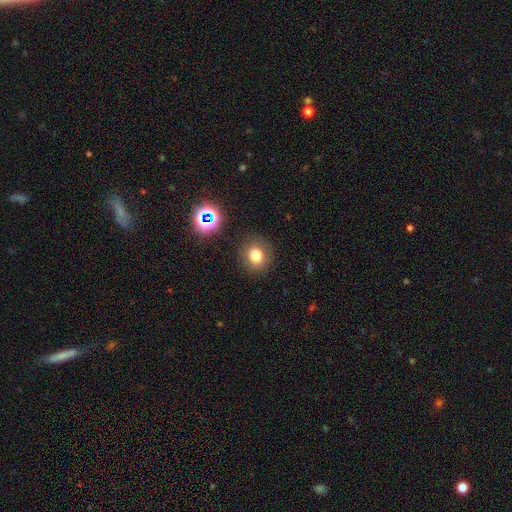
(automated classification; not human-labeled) This appears to be a smooth galaxy with no disk features (77%) that is round (76%). Merging: none (86%).